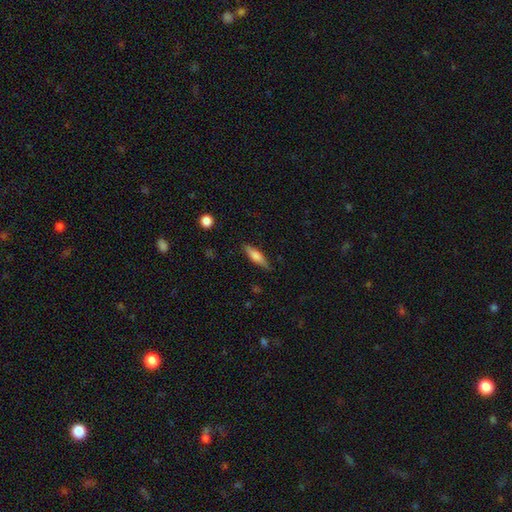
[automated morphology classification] smooth_or_featured: smooth (p=0.62) [alt: featured or disk p=0.31]
how_rounded: cigar-shaped (p=0.66) [alt: in between p=0.32]
merging: none (p=0.82) [alt: minor disturbance p=0.14]